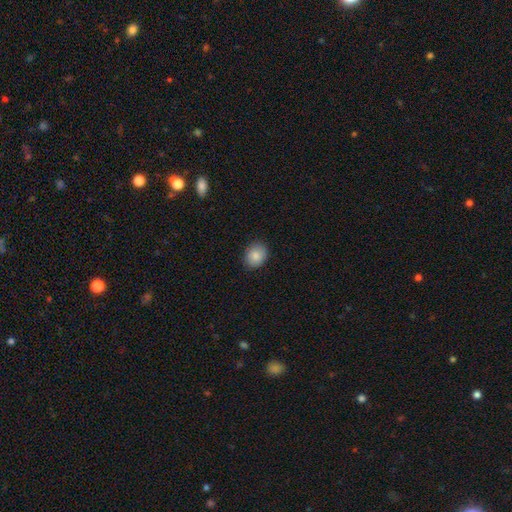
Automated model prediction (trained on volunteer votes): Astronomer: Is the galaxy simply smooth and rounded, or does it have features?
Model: smooth — 87%.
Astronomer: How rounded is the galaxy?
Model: round — 55% (runner-up: in between, 44%).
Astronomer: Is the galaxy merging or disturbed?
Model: none — 86%.